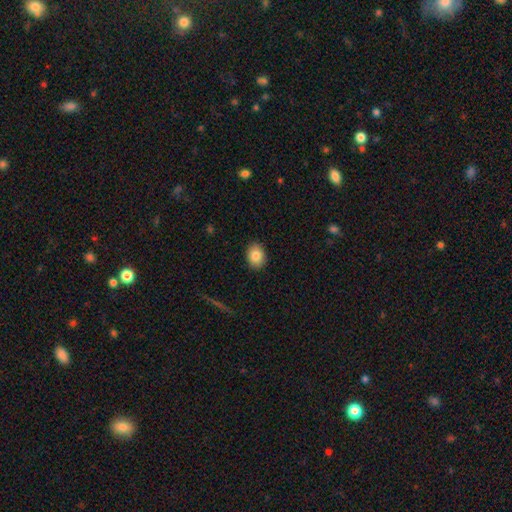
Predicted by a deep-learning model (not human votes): A smooth galaxy with no disk features (84%) that is in between round and cigar-shaped (63%). Merging: none (89%).